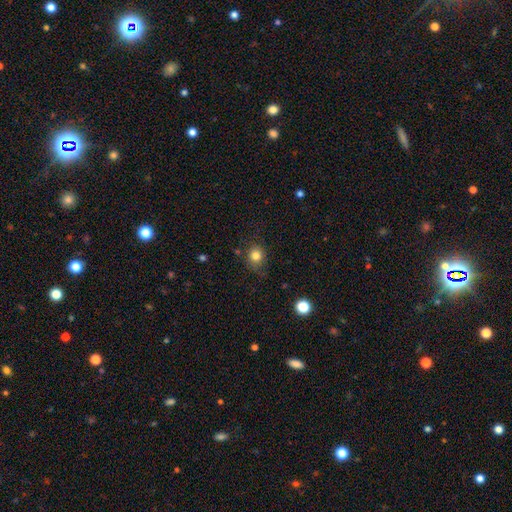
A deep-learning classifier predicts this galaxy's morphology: Smooth or featured? Predicted: smooth (p=0.81). How rounded? Predicted: round (p=0.76). Merging? Predicted: none (p=0.74).